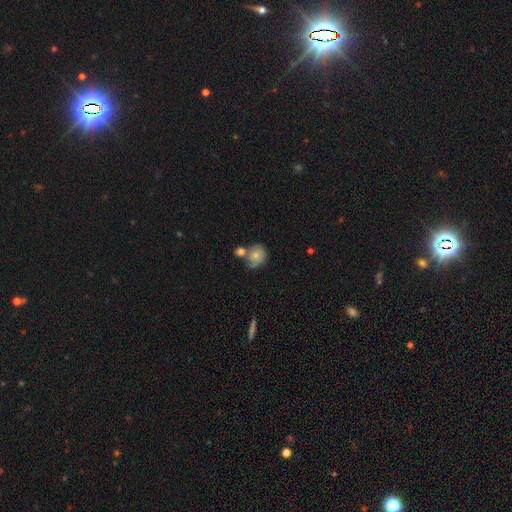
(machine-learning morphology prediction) This appears to be a smooth galaxy with no disk features (67%) that is round (67%). Merging: none (40%).